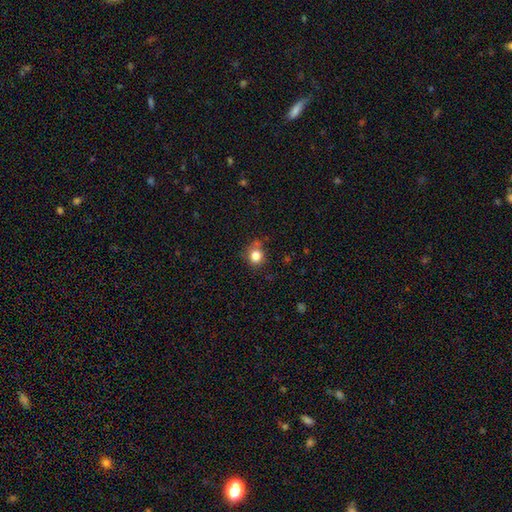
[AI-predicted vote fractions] Smooth or featured? smooth (83%)
How rounded? round (76%)
Merging? none (68%)